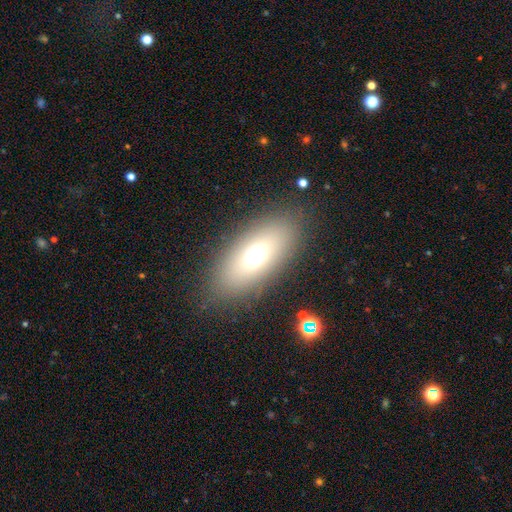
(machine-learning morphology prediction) smooth 64%, featured or disk 22%, star or artifact 14%. Down the decision tree: how rounded — in between (83%); merging — none (84%).